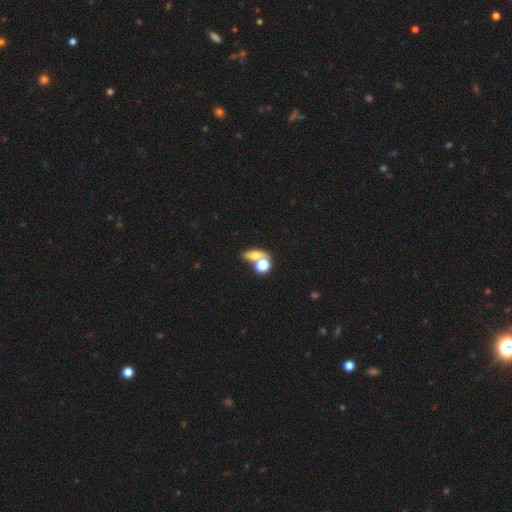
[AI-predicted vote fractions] Smooth or featured? Predicted: smooth (p=0.67). How rounded? Predicted: in between (p=0.56). Merging? Predicted: none (p=0.43).